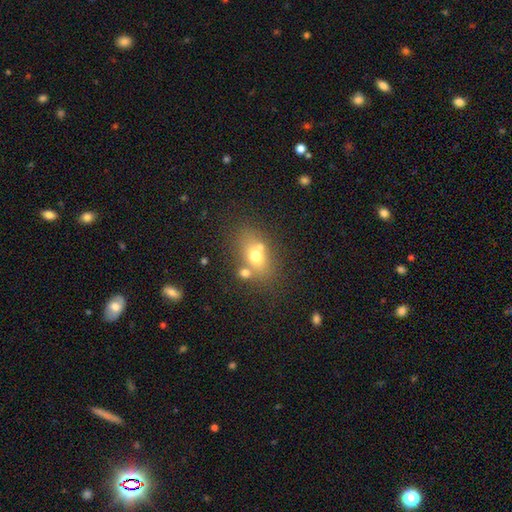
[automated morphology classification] Smooth or featured? smooth (64%)
How rounded? in between (72%)
Merging? none (56%)